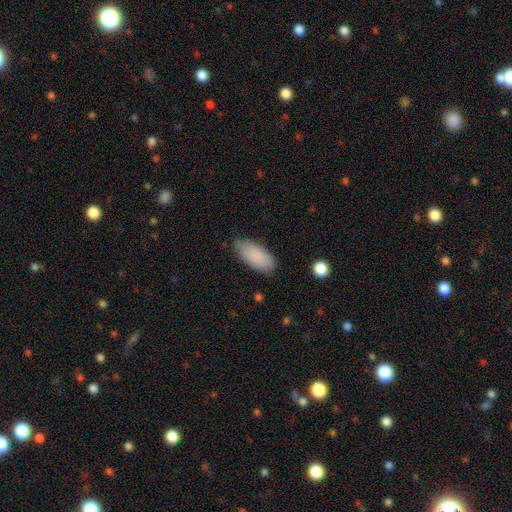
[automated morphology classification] Smooth or featured? Predicted: smooth (p=0.88). How rounded? Predicted: in between (p=0.89). Merging? Predicted: none (p=0.81).